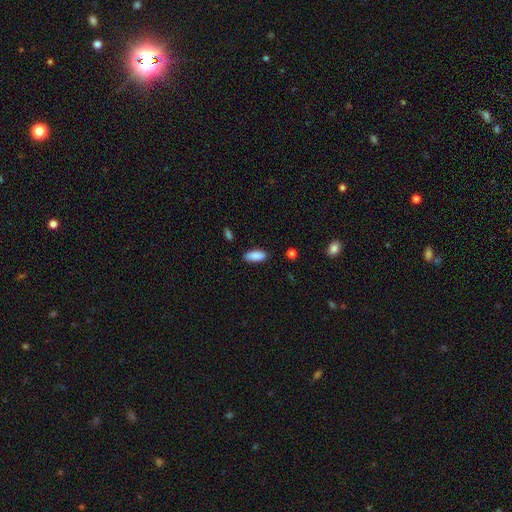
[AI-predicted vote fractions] This is clearly a smooth galaxy (89%). How rounded: clearly in between (80%). Merging: clearly none (86%).